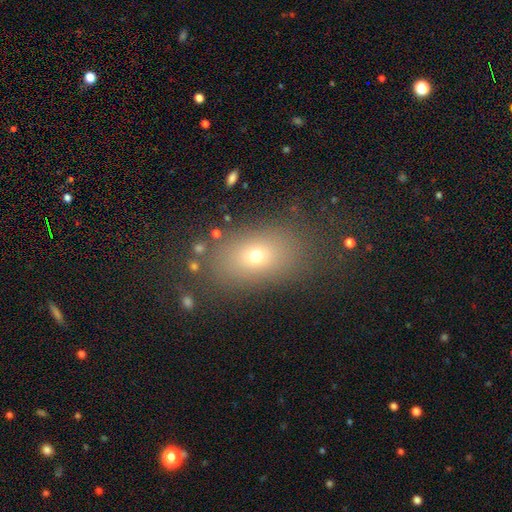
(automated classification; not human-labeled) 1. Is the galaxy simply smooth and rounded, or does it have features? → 65% smooth, 19% star or artifact, 16% featured or disk.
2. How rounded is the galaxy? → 73% in between, 25% round, 2% cigar-shaped.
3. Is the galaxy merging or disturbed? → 79% none, 11% minor disturbance, 7% major disturbance, 3% merger.